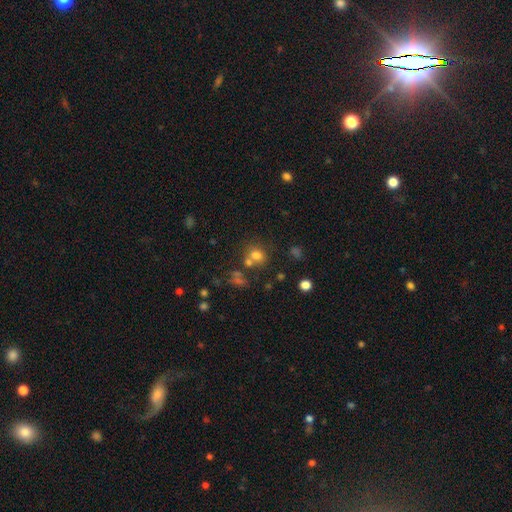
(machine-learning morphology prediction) Smooth or featured? smooth (69%)
How rounded? round (69%)
Merging? none (51%)